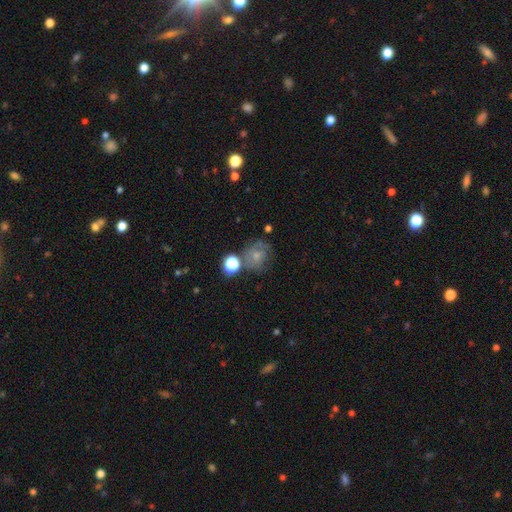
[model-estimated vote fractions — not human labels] smooth_or_featured: smooth (p=0.54) [alt: featured or disk p=0.30]
how_rounded: round (p=0.76) [alt: in between p=0.23]
merging: none (p=0.51) [alt: minor disturbance p=0.22]